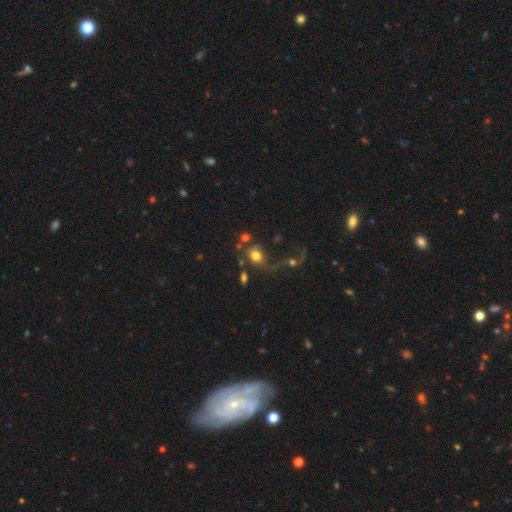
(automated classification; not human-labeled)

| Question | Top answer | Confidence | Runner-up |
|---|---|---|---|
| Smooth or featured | smooth | 70% | featured or disk (17%) |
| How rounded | round | 50% | in between (49%) |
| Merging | none | 35% | merger (29%) |